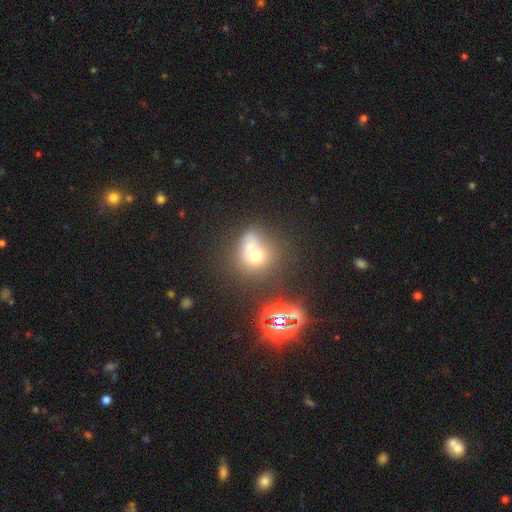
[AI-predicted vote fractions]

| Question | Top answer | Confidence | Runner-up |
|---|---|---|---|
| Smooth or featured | smooth | 56% | star or artifact (24%) |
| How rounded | round | 74% | in between (25%) |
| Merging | merger | 44% | none (35%) |